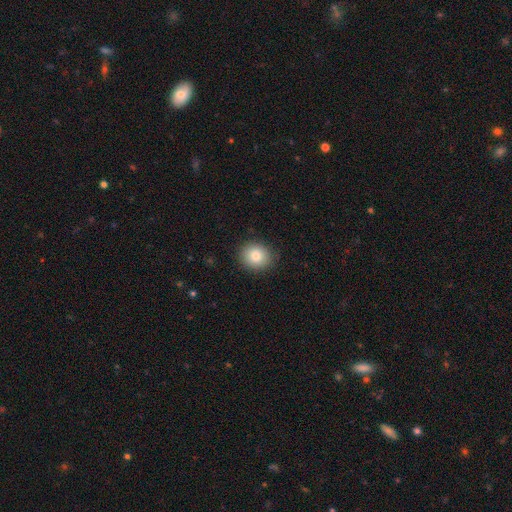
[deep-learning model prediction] The model was most divided on "how rounded": round: 77%, in between: 22%, cigar-shaped: 1%. More confident: merging — none (88%); smooth or featured — smooth (83%).